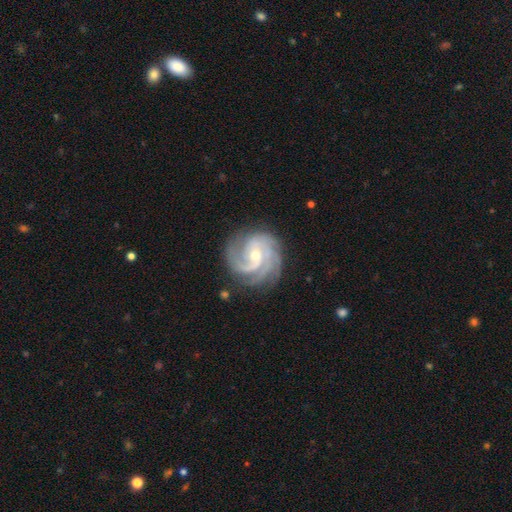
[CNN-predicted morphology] Smooth or featured?
  - featured or disk: 91% *
  - star or artifact: 5%
  - smooth: 4%
Edge-on disk?
  - no: 98% *
  - yes: 2%
Bar?
  - no: 50% *
  - weak: 38%
  - strong: 12%
Spiral arms?
  - yes: 98% *
  - no: 2%
Spiral winding?
  - tight: 61% *
  - medium: 34%
  - loose: 5%
Spiral arm count?
  - 3: 39% *
  - 4: 23%
  - can't tell: 13%
  - 2: 12%
  - more than 4: 7%
  - 1: 6%
Bulge size?
  - small: 60% *
  - moderate: 37%
  - large: 1%
  - none: 1%
  - dominant: 1%
Merging?
  - none: 77% *
  - minor disturbance: 15%
  - major disturbance: 6%
  - merger: 1%